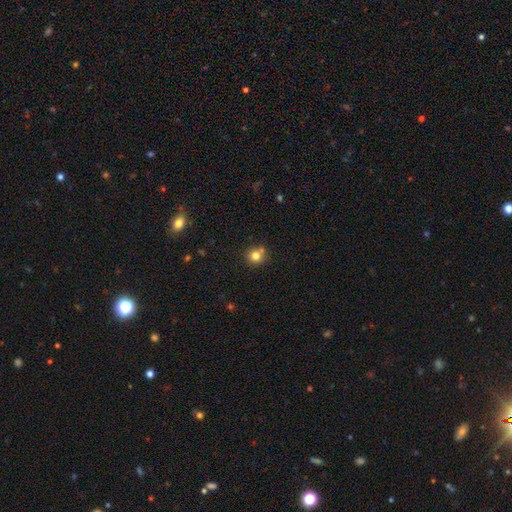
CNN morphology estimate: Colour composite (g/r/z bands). It shows a smooth galaxy with no disk features (79%) that is round (87%). Merging: none (71%).